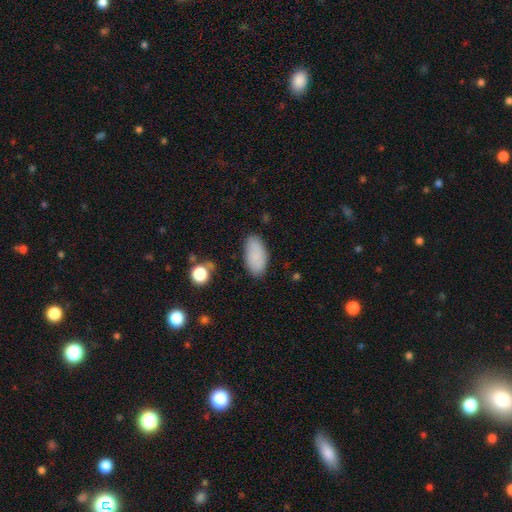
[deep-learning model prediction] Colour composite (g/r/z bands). It shows a smooth galaxy with no disk features (87%) that is in between round and cigar-shaped (94%). Merging: none (83%).